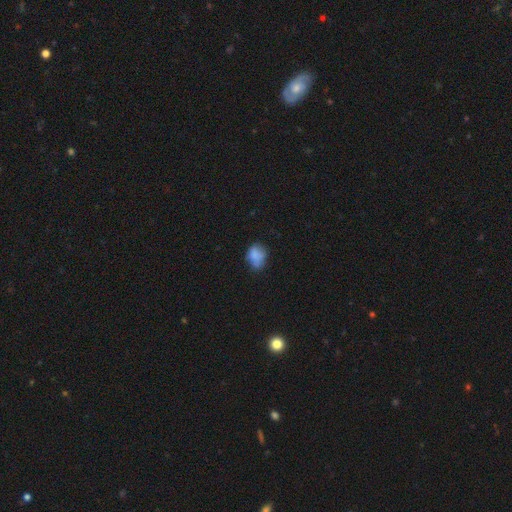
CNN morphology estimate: Q: Smooth or featured?
A: smooth (76%); runner-up: featured or disk (14%)
Q: How rounded?
A: in between (63%); runner-up: round (36%)
Q: Merging?
A: none (51%); runner-up: minor disturbance (32%)